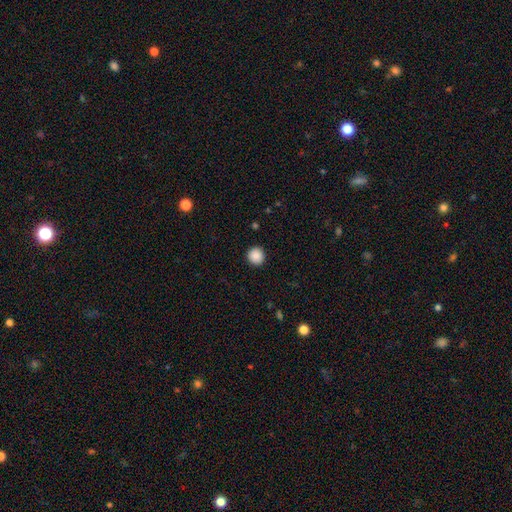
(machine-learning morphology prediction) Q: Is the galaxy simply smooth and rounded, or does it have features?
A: smooth — 89%.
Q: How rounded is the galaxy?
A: round — 93%.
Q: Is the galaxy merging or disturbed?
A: none — 92%.